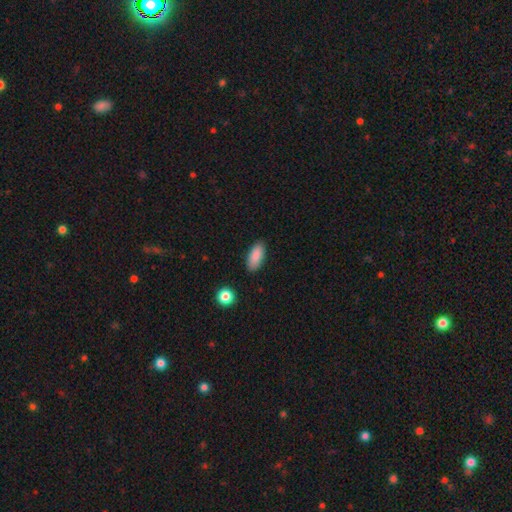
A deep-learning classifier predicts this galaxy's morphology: The model was most divided on "how rounded": in between: 86%, cigar-shaped: 12%, round: 2%. More confident: smooth or featured — smooth (89%); merging — none (86%).